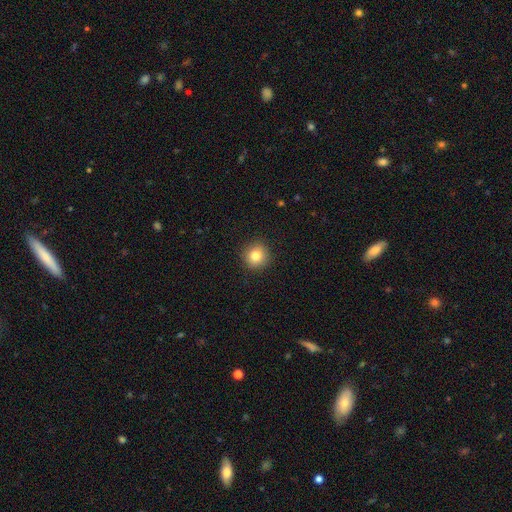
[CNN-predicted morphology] Smooth or featured: smooth — 81% (star or artifact — 11%)
How rounded: round — 94% (in between — 5%)
Merging: none — 91% (minor disturbance — 6%)